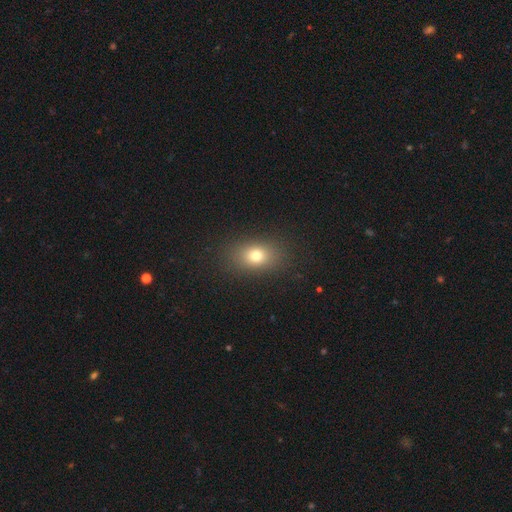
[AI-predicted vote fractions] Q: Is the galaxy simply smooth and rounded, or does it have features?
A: smooth — 75%.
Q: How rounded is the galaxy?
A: in between — 68%.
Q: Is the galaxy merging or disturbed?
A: none — 86%.